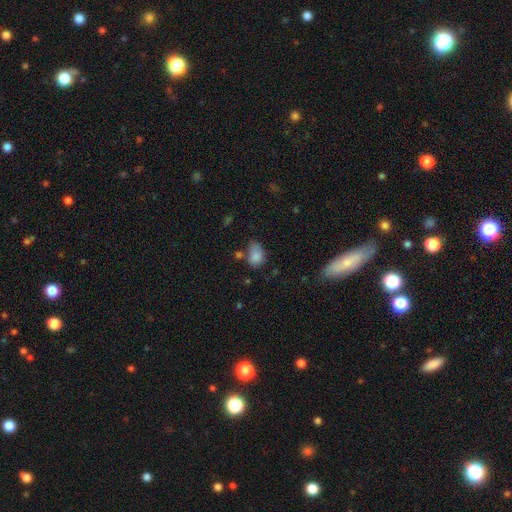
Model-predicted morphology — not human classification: Smooth or featured?
  - smooth: 82% *
  - star or artifact: 10%
  - featured or disk: 7%
How rounded?
  - in between: 68% *
  - round: 31%
  - cigar-shaped: 1%
Merging?
  - none: 46% *
  - minor disturbance: 31%
  - major disturbance: 12%
  - merger: 12%